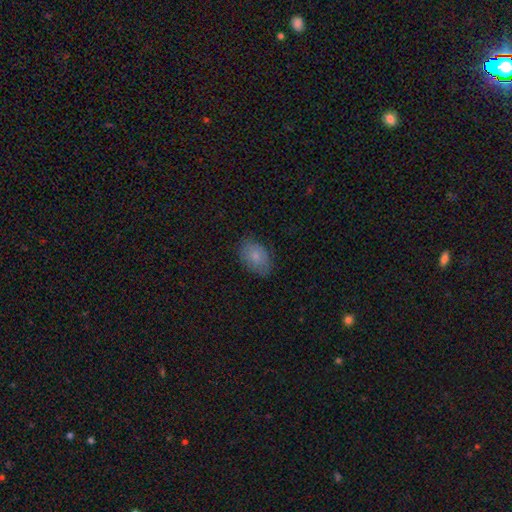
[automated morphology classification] Smooth or featured? Predicted: smooth (p=0.79). How rounded? Predicted: in between (p=0.86). Merging? Predicted: none (p=0.79).